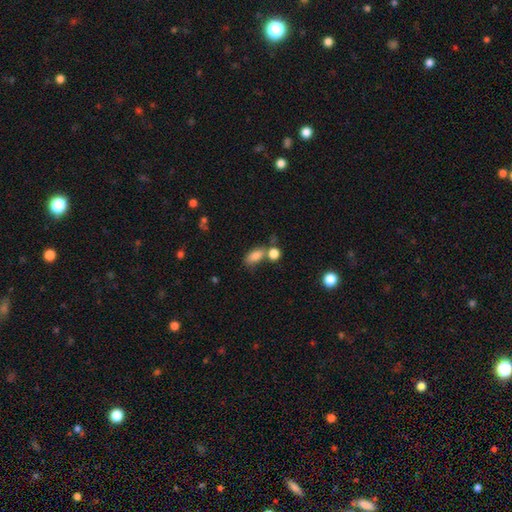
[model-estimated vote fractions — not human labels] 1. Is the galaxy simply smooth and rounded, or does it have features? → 82% smooth, 10% star or artifact, 8% featured or disk.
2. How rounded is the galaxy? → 82% in between, 12% round, 6% cigar-shaped.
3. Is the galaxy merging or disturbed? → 44% none, 34% merger, 14% minor disturbance, 7% major disturbance.